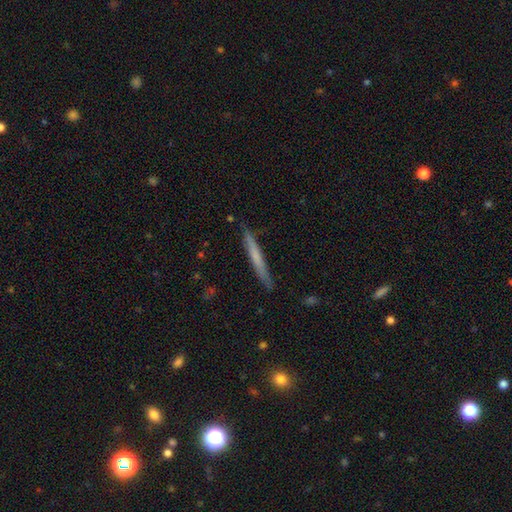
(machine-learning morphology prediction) Smooth or featured?
  - smooth: 56% *
  - featured or disk: 38%
  - star or artifact: 6%
How rounded?
  - cigar-shaped: 97% *
  - in between: 2%
  - round: 1%
Merging?
  - none: 87% *
  - minor disturbance: 9%
  - major disturbance: 2%
  - merger: 1%